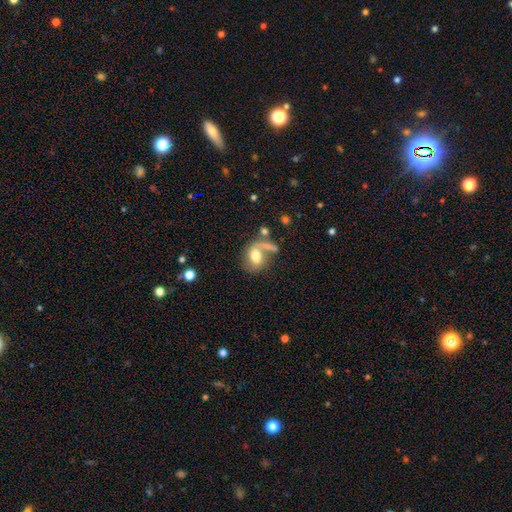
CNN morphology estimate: Overall: smooth (51%; featured or disk 39%). How rounded: in between (57%; round 40%). Merging: none (39%; merger 25%).